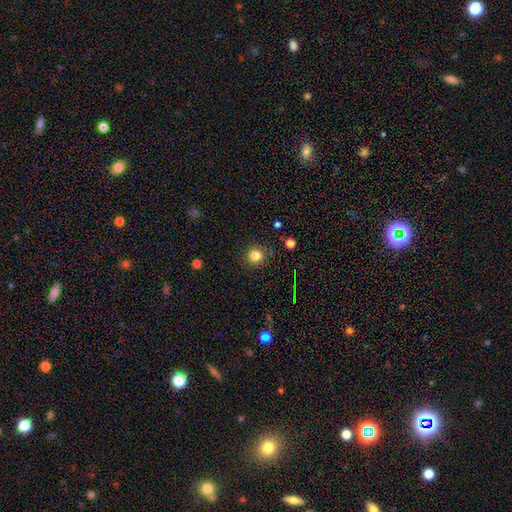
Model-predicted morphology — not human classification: Smooth or featured? Predicted: smooth (p=0.82). How rounded? Predicted: round (p=0.94). Merging? Predicted: none (p=0.89).